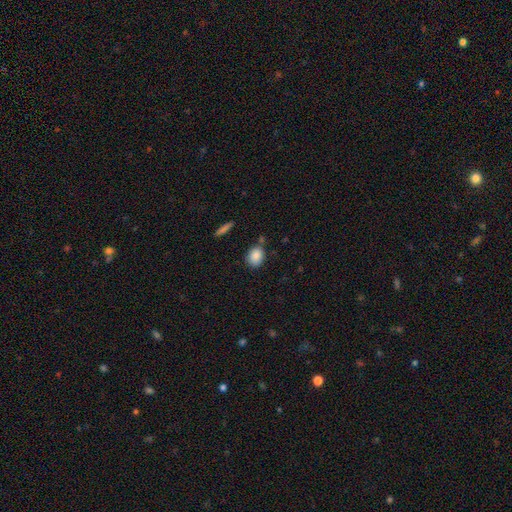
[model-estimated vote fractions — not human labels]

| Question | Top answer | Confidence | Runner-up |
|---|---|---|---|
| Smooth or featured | smooth | 86% | star or artifact (8%) |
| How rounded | in between | 58% | round (40%) |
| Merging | none | 72% | minor disturbance (16%) |